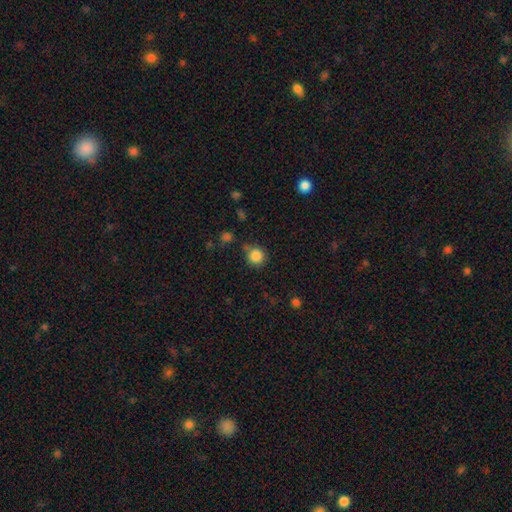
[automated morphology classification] smooth-or-featured: smooth: 85% | star or artifact: 11% | featured or disk: 4%
  how-rounded: round: 93% | in between: 6% | cigar-shaped: 1%
  merging: none: 76% | minor disturbance: 14% | merger: 6% | major disturbance: 4%